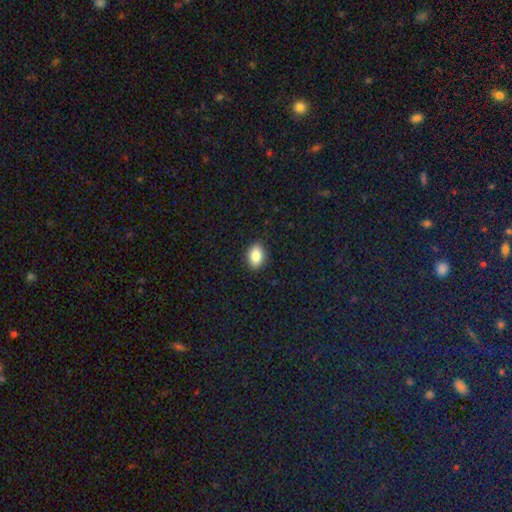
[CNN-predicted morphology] A smooth galaxy with no disk features (86%) that is in between round and cigar-shaped (83%). Merging: none (89%).